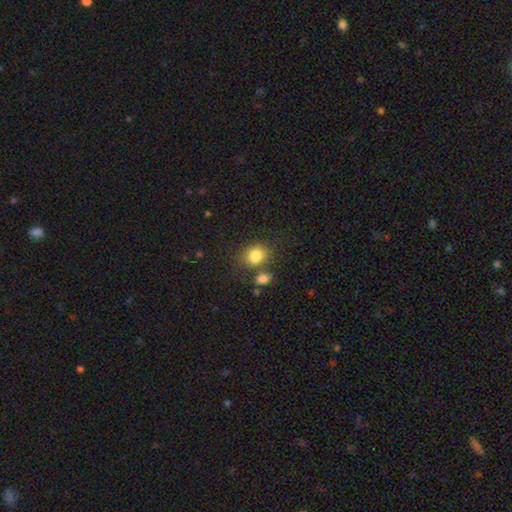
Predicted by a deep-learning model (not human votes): Smooth or featured? Predicted: smooth (p=0.83). How rounded? Predicted: round (p=0.56). Merging? Predicted: none (p=0.61).